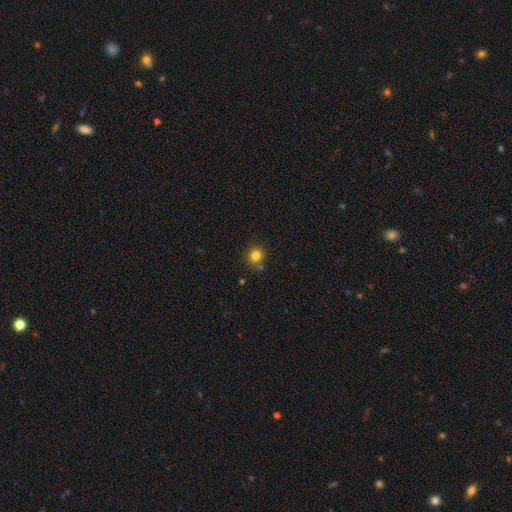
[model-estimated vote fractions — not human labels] Morphology: type=smooth (82%); roundness=round (88%); merging=none (80%).